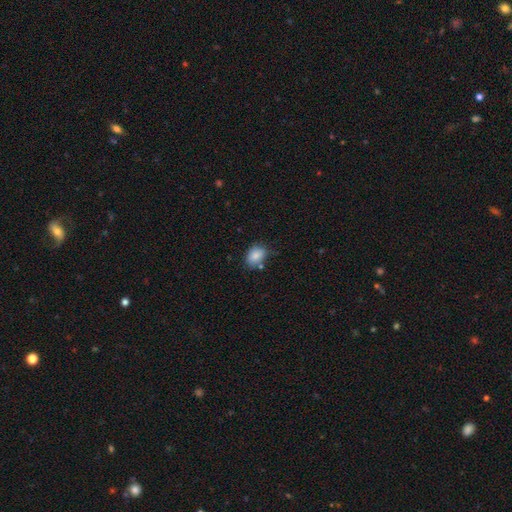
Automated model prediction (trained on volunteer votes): A smooth galaxy with no disk features (85%) that is in between round and cigar-shaped (72%). Merging: none (69%).